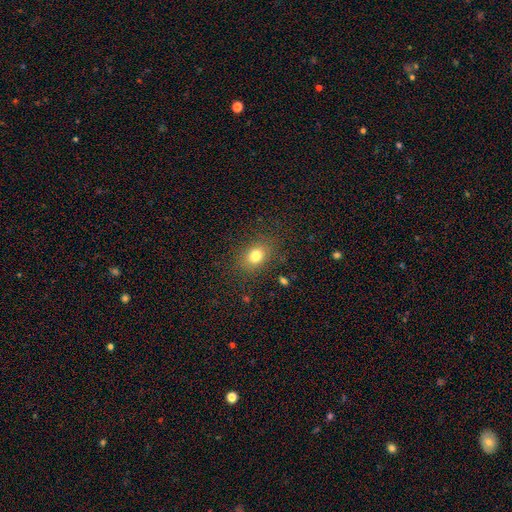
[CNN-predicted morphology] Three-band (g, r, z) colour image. It shows a smooth galaxy with no disk features (80%) that is in between round and cigar-shaped (63%). Merging: none (83%).